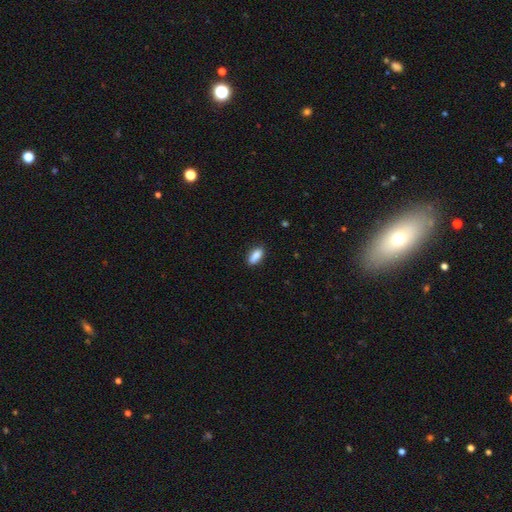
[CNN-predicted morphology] smooth-or-featured: smooth: 87% | star or artifact: 7% | featured or disk: 6%
  how-rounded: in between: 80% | cigar-shaped: 17% | round: 3%
  merging: none: 85% | minor disturbance: 11% | major disturbance: 2% | merger: 1%